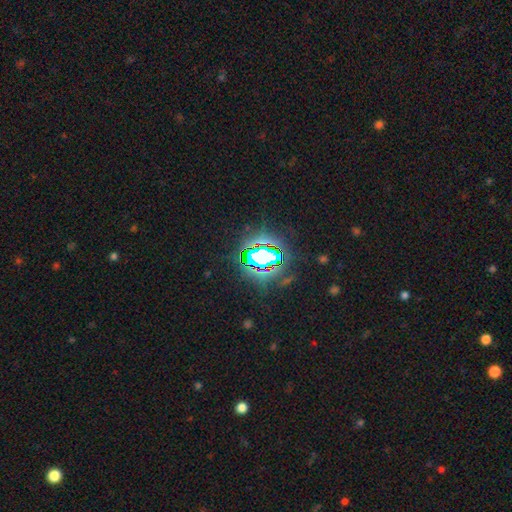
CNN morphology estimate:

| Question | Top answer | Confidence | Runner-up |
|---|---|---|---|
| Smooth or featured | star or artifact | 78% | smooth (13%) |